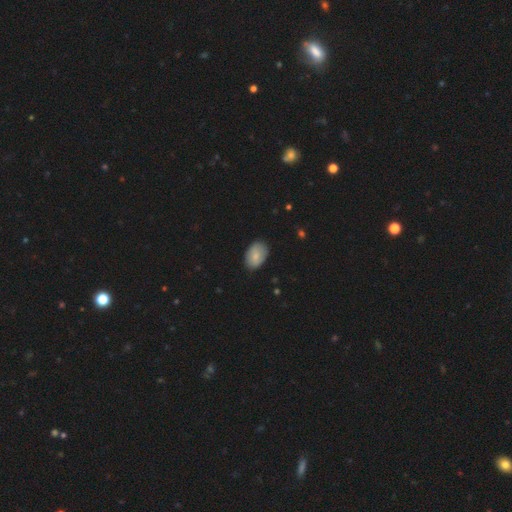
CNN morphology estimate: The model was most divided on "smooth or featured": smooth: 77%, featured or disk: 16%, star or artifact: 7%. More confident: how rounded — in between (89%); merging — none (82%).